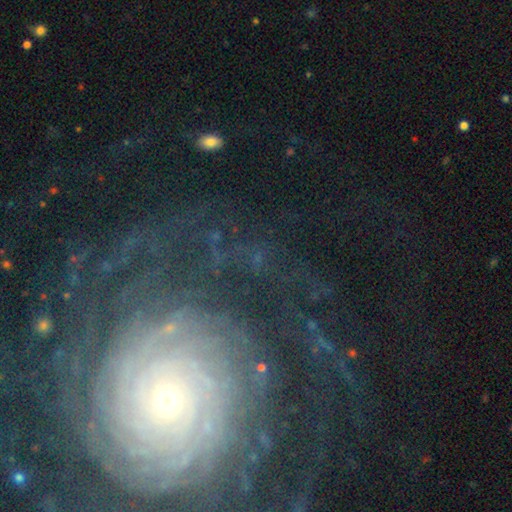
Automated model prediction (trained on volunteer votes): Morphology: type=featured or disk (66%); edge-on=no (94%); bar=no (53%); spiral arms=yes (90%); winding=tight (67%); arm count=can't tell (30%); bulge=small (66%); merging=none (68%).